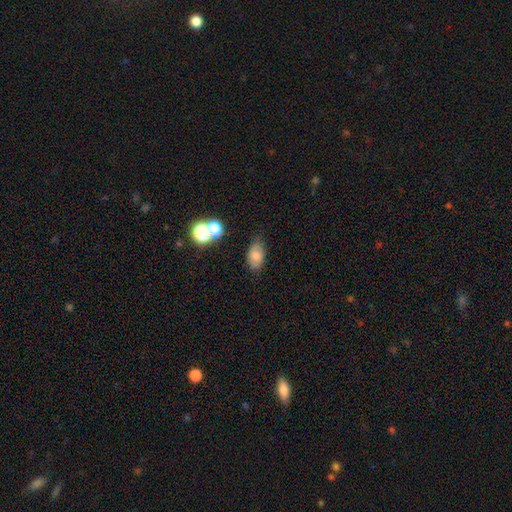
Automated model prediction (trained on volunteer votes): Smooth or featured? Predicted: smooth (p=0.76). How rounded? Predicted: in between (p=0.88). Merging? Predicted: none (p=0.73).